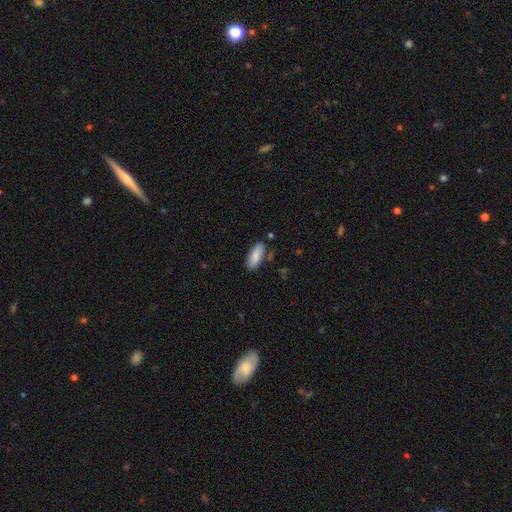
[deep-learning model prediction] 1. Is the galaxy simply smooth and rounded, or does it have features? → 86% smooth, 8% featured or disk, 6% star or artifact.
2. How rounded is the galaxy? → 81% in between, 17% cigar-shaped, 2% round.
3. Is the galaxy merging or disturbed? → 80% none, 13% minor disturbance, 4% merger, 3% major disturbance.